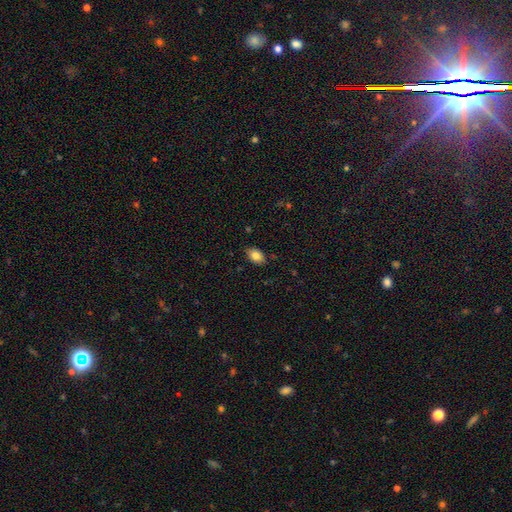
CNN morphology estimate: Q: Smooth or featured?
A: smooth (83%); runner-up: featured or disk (9%)
Q: How rounded?
A: in between (84%); runner-up: round (14%)
Q: Merging?
A: none (84%); runner-up: minor disturbance (13%)